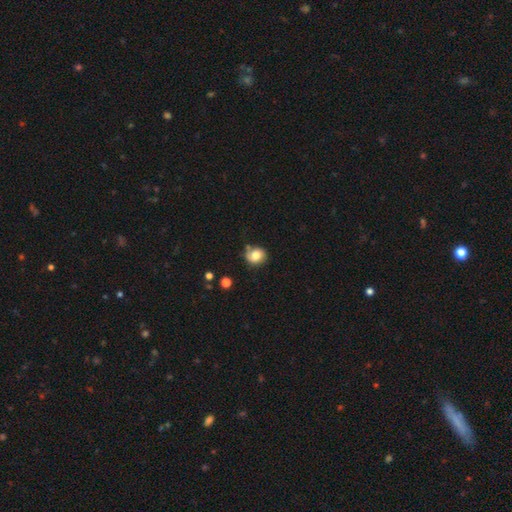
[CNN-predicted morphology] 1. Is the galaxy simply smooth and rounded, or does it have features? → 78% smooth, 13% featured or disk, 10% star or artifact.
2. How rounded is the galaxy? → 71% round, 29% in between, 1% cigar-shaped.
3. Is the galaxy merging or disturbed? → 64% none, 23% minor disturbance, 6% merger, 6% major disturbance.